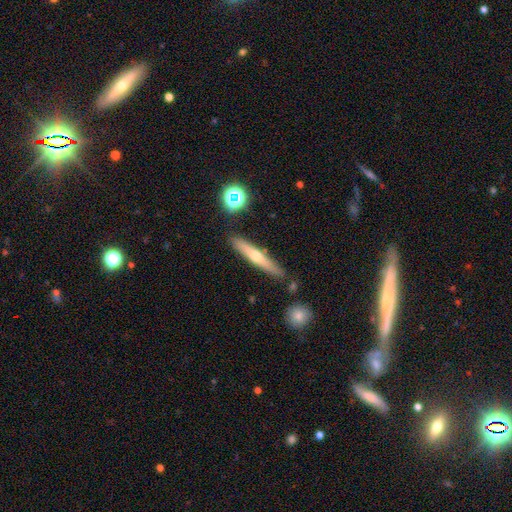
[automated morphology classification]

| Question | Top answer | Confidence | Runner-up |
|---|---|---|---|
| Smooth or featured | smooth | 48% | featured or disk (44%) |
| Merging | none | 84% | minor disturbance (10%) |